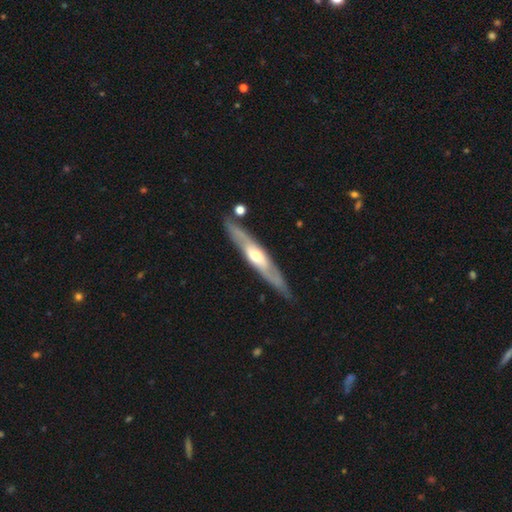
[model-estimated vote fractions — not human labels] featured or disk 68%, smooth 28%, star or artifact 5%. Down the decision tree: edge-on disk — yes (80%); edge-on bulge — rounded (82%); merging — none (81%).